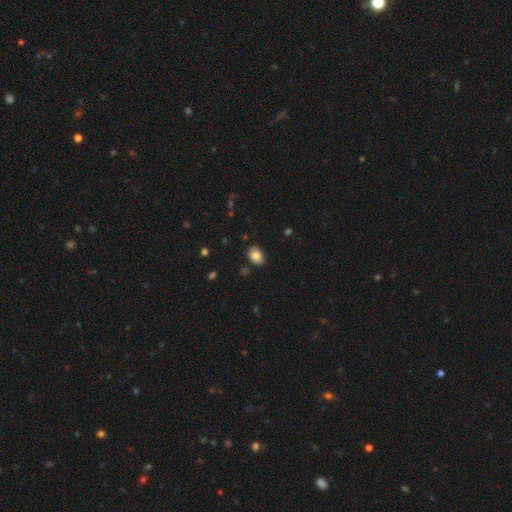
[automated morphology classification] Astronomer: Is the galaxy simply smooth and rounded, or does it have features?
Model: smooth — 84%.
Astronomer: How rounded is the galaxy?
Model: in between — 69%.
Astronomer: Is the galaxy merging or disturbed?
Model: none — 84%.